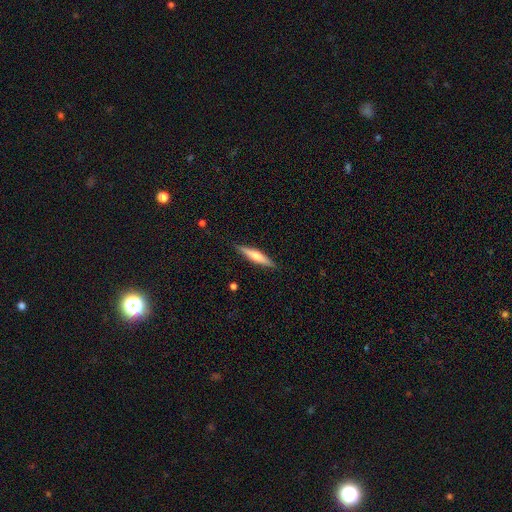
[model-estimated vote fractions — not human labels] The model was most divided on "smooth or featured": featured or disk: 51%, smooth: 44%, star or artifact: 6%. More confident: edge-on disk — yes (96%); merging — none (89%).